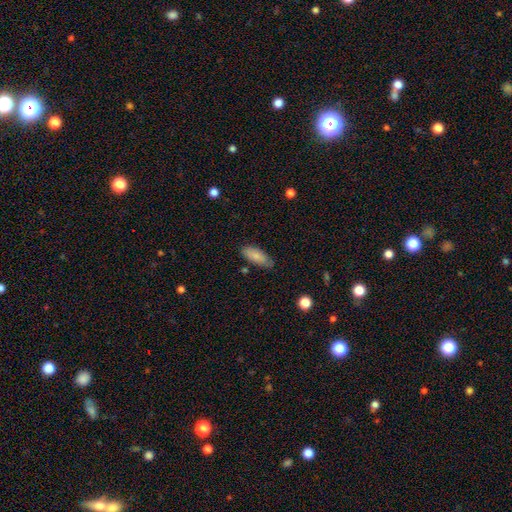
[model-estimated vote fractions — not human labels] Smooth or featured? smooth (82%)
How rounded? in between (80%)
Merging? none (79%)